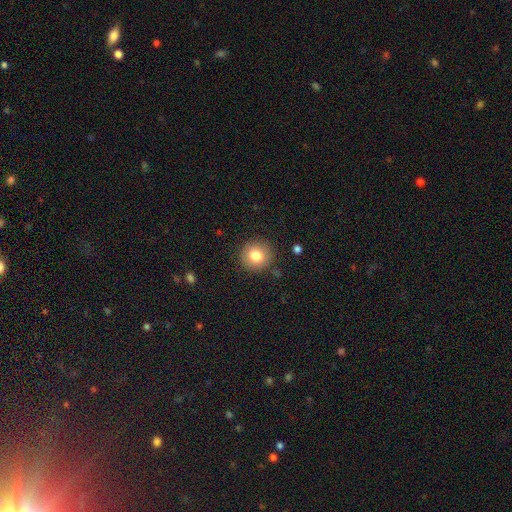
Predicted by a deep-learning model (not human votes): smooth 80%, featured or disk 10%, star or artifact 9%. Down the decision tree: how rounded — round (92%); merging — none (88%).